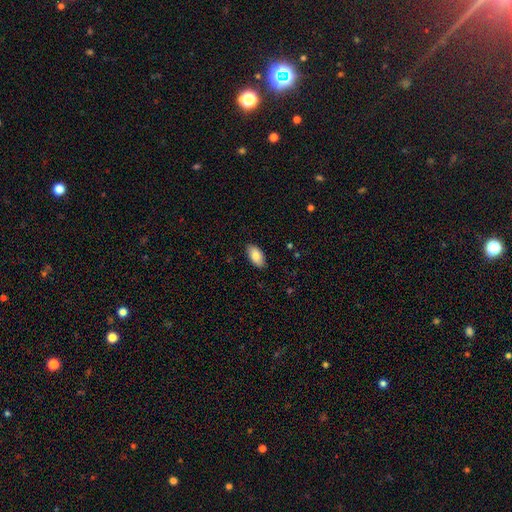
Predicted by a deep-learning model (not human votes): Smooth or featured: smooth — 83% (featured or disk — 11%)
How rounded: in between — 94% (cigar-shaped — 3%)
Merging: none — 87% (minor disturbance — 10%)